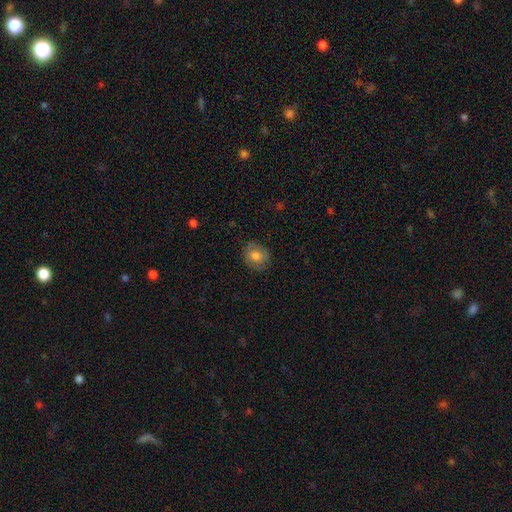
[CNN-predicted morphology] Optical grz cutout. It shows a smooth galaxy with no disk features (70%) that is round (68%). Merging: none (80%).